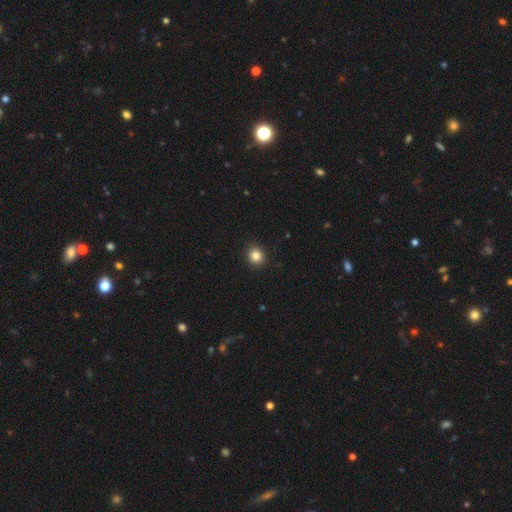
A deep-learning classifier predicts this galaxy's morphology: A smooth galaxy with no disk features (84%) that is round (87%).

Vote fractions:
- Smooth or featured? smooth: 84% / star or artifact: 11% / featured or disk: 5%
- How rounded? round: 87% / in between: 12% / cigar-shaped: 1%
- Merging? none: 91% / minor disturbance: 6% / major disturbance: 2% / merger: 1%